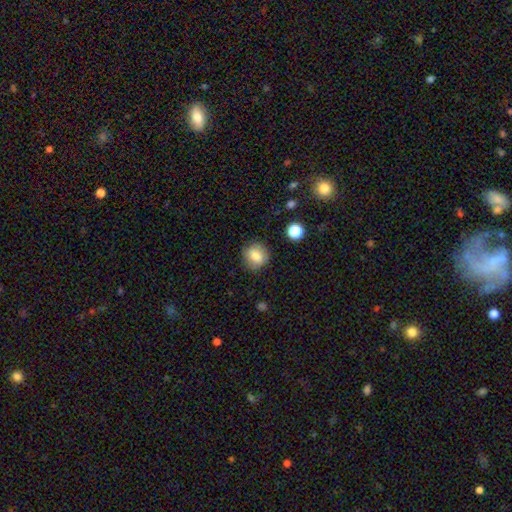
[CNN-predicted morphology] Q: Smooth or featured?
A: smooth (78%); runner-up: featured or disk (12%)
Q: How rounded?
A: round (83%); runner-up: in between (16%)
Q: Merging?
A: none (83%); runner-up: minor disturbance (12%)